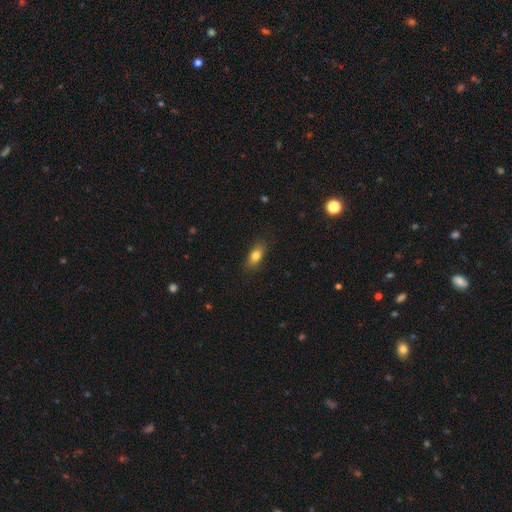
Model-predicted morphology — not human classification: This appears to be a smooth galaxy with no disk features (80%) that is in between round and cigar-shaped (81%). Merging: none (84%).